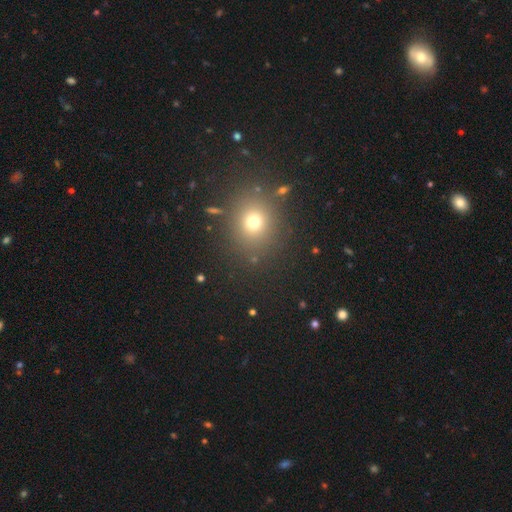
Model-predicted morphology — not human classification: Q: Smooth or featured?
A: smooth (62%); runner-up: star or artifact (30%)
Q: How rounded?
A: round (77%); runner-up: in between (22%)
Q: Merging?
A: none (88%); runner-up: minor disturbance (7%)